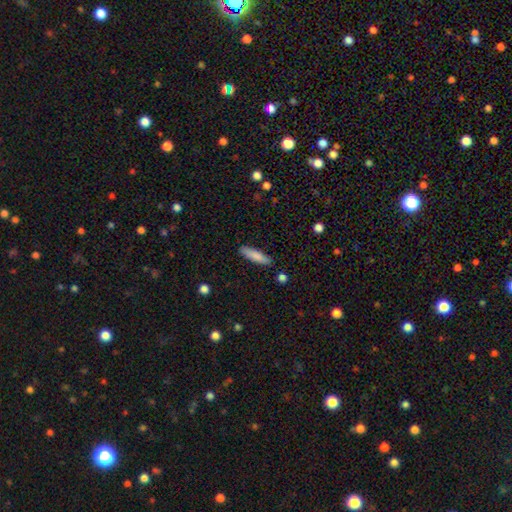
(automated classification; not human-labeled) Smooth or featured? Predicted: smooth (p=0.83). How rounded? Predicted: cigar-shaped (p=0.70). Merging? Predicted: none (p=0.86).